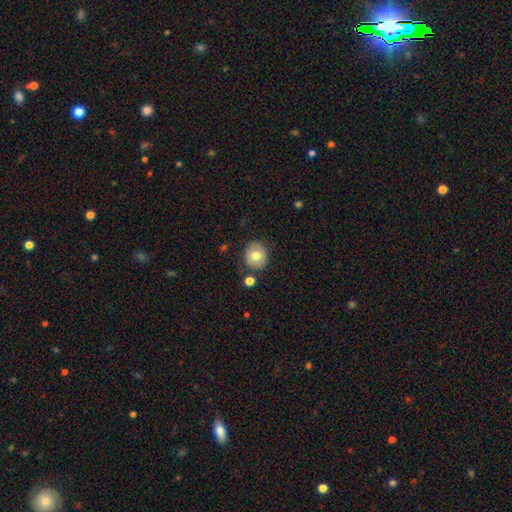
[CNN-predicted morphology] A smooth galaxy with no disk features (76%) that is round (81%).

Vote fractions:
- Smooth or featured? smooth: 76% / featured or disk: 15% / star or artifact: 9%
- How rounded? round: 81% / in between: 18% / cigar-shaped: 1%
- Merging? none: 80% / minor disturbance: 12% / merger: 5% / major disturbance: 3%